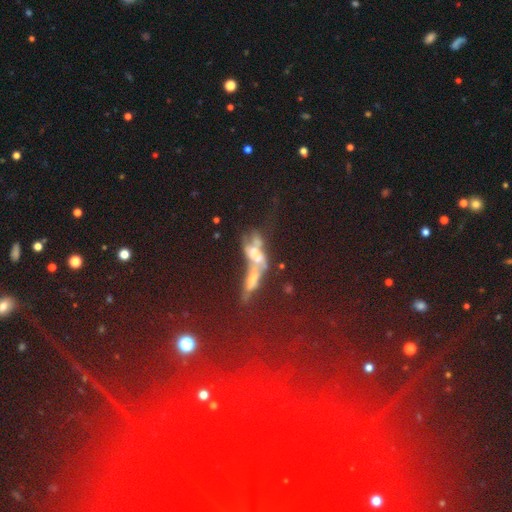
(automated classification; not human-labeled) Morphology: type=featured or disk (47%); merging=merger (65%).